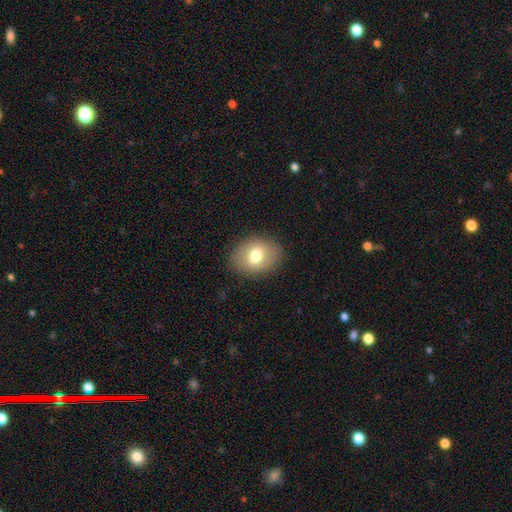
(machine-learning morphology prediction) smooth-or-featured: smooth: 72% | featured or disk: 20% | star or artifact: 8%
  how-rounded: in between: 63% | round: 36% | cigar-shaped: 1%
  merging: none: 86% | minor disturbance: 10% | major disturbance: 3% | merger: 1%